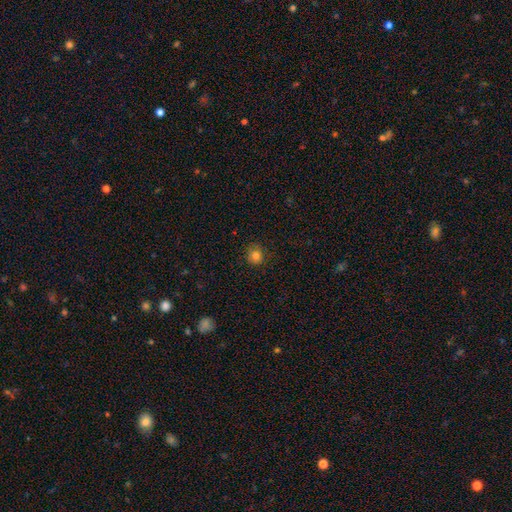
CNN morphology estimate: smooth 80%, star or artifact 13%, featured or disk 7%. Down the decision tree: how rounded — round (86%); merging — none (83%).